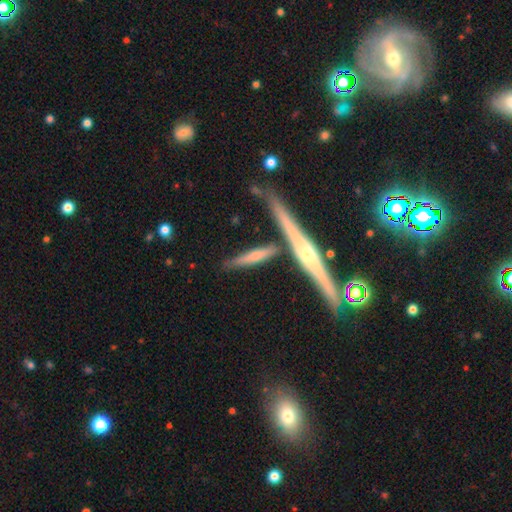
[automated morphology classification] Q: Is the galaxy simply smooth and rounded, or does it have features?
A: featured or disk — 47%.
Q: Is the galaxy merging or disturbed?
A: none — 67%.